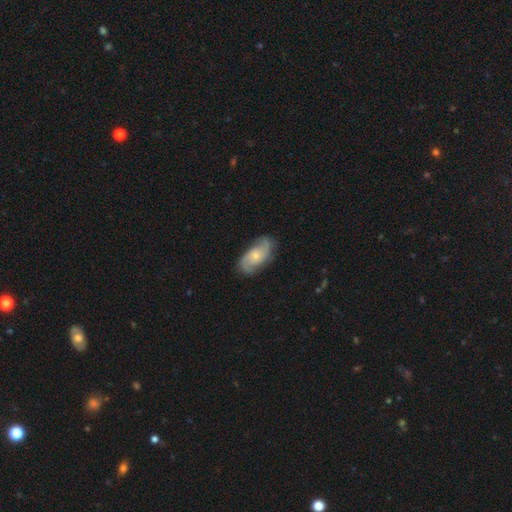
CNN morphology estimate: The model was most divided on "bulge size": small: 53%, moderate: 39%, none: 4%, large: 3%, dominant: 1%. Remaining: edge-on disk — no (95%); spiral arms — yes (94%); spiral arm count — 2 (81%); merging — none (77%); smooth or featured — featured or disk (73%); bar — no (66%); spiral winding — medium (47%).